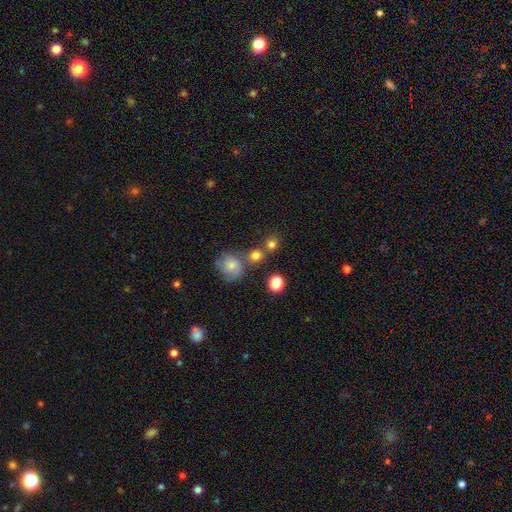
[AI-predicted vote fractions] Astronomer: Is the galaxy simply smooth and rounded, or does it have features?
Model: smooth — 74%.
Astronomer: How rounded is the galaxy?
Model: round — 83%.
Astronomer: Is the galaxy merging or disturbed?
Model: none — 60%.